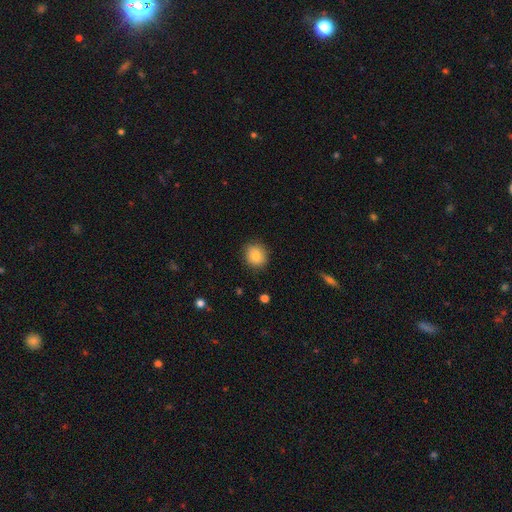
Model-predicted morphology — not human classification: smooth_or_featured: smooth (p=0.84) [alt: star or artifact p=0.09]
how_rounded: round (p=0.80) [alt: in between p=0.19]
merging: none (p=0.87) [alt: minor disturbance p=0.10]